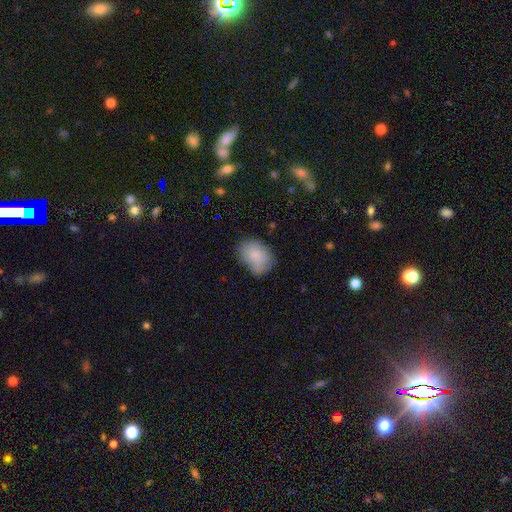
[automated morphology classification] Smooth or featured: smooth — 81% (featured or disk — 12%)
How rounded: in between — 73% (round — 26%)
Merging: none — 61% (minor disturbance — 28%)